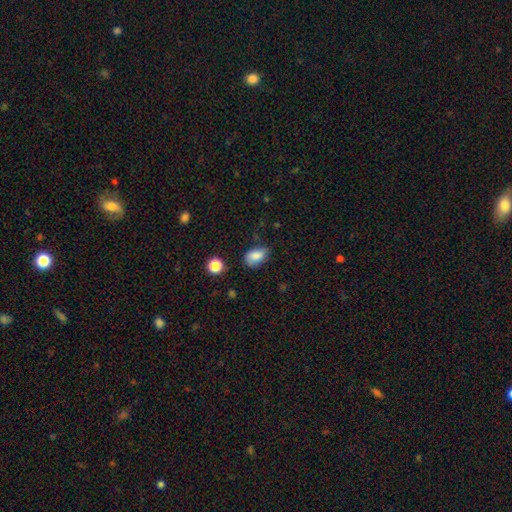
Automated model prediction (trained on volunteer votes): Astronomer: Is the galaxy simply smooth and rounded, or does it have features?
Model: smooth — 83%.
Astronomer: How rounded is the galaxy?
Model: in between — 86%.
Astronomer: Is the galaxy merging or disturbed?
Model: none — 63%.